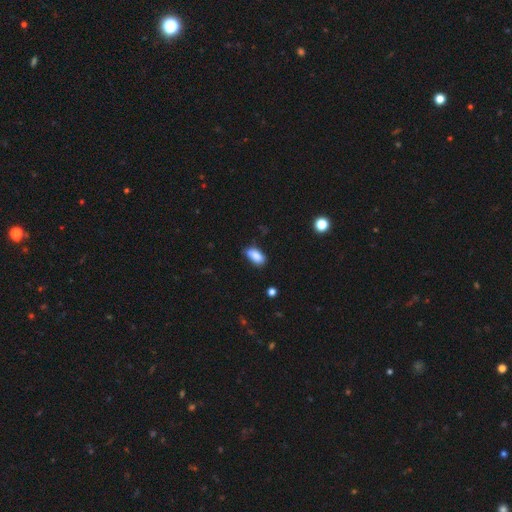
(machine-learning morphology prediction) type=smooth (85%); roundness=in between (90%); merging=none (65%).